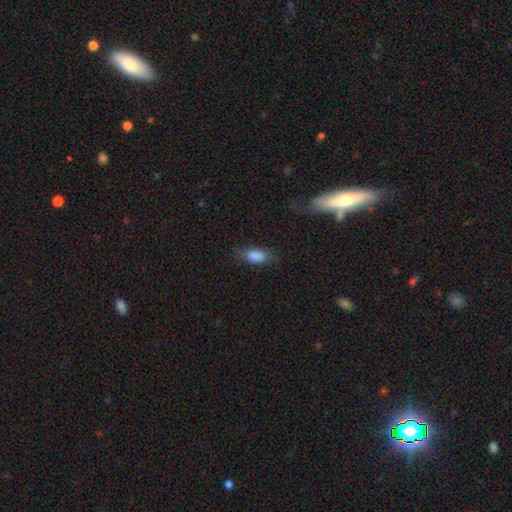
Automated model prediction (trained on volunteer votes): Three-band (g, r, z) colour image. It shows a smooth galaxy with no disk features (81%) that is in between round and cigar-shaped (84%). Merging: none (60%).